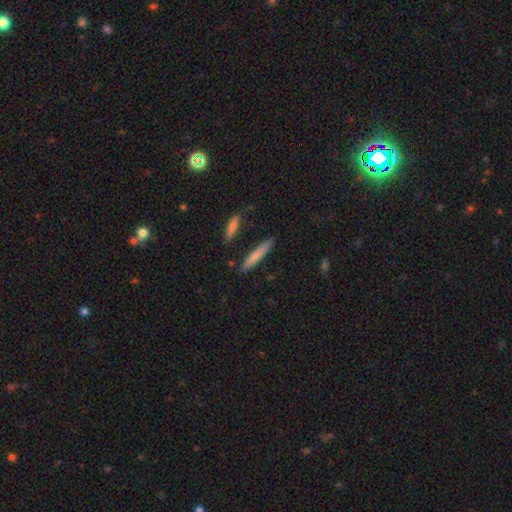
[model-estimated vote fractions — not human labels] Overall: smooth (75%). How rounded: cigar-shaped (92%). Merging: none (86%).